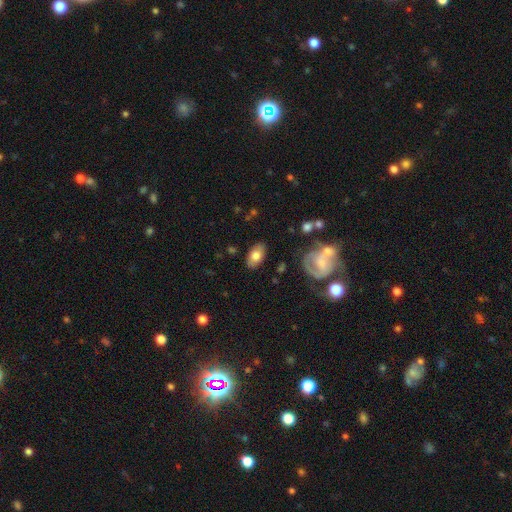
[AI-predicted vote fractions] Smooth or featured? smooth (73%)
How rounded? in between (92%)
Merging? none (84%)